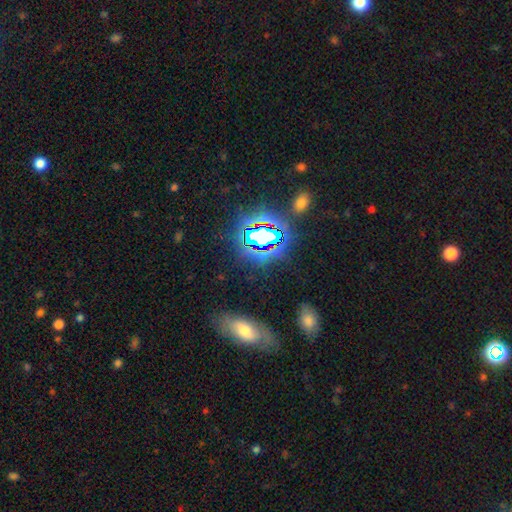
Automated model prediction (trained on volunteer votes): smooth-or-featured: star or artifact: 55% | smooth: 26% | featured or disk: 19%